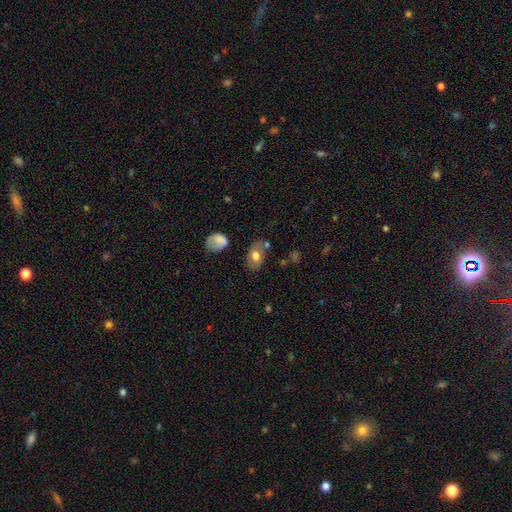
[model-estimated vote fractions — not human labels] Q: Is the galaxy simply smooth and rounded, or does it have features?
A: smooth — 71%.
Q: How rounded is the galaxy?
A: in between — 85%.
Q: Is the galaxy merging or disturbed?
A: none — 68%.